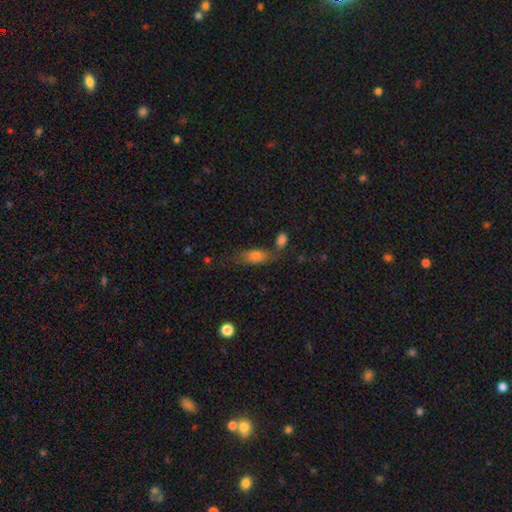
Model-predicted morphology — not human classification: Q: Smooth or featured?
A: smooth (73%); runner-up: featured or disk (16%)
Q: How rounded?
A: in between (70%); runner-up: cigar-shaped (25%)
Q: Merging?
A: none (54%); runner-up: minor disturbance (21%)